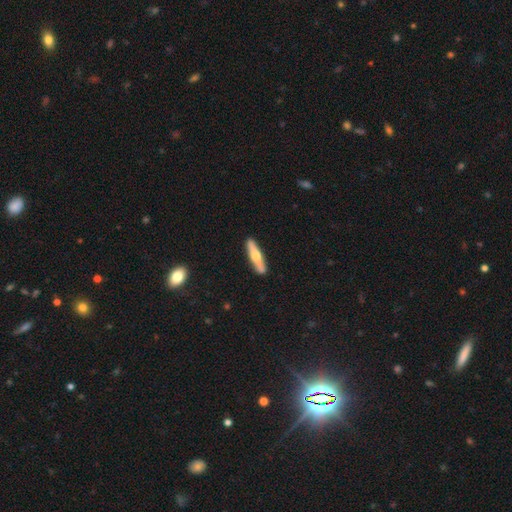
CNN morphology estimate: Smooth or featured?
  - featured or disk: 53% *
  - smooth: 42%
  - star or artifact: 5%
Edge-on disk?
  - yes: 93% *
  - no: 7%
Merging?
  - none: 88% *
  - minor disturbance: 8%
  - major disturbance: 2%
  - merger: 2%